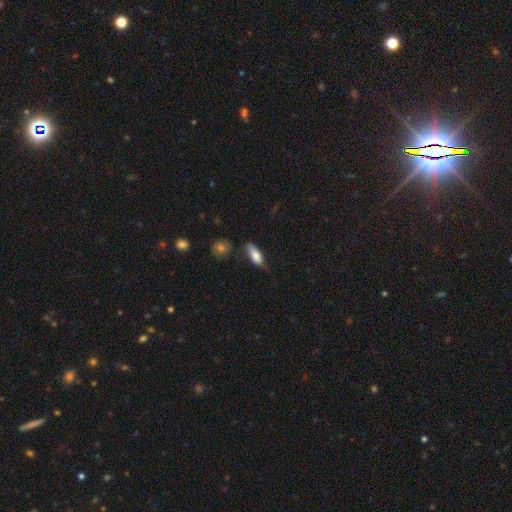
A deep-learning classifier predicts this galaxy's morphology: This is likely a smooth galaxy (79%). How rounded: likely in between (69%). Merging: possibly none (58%).